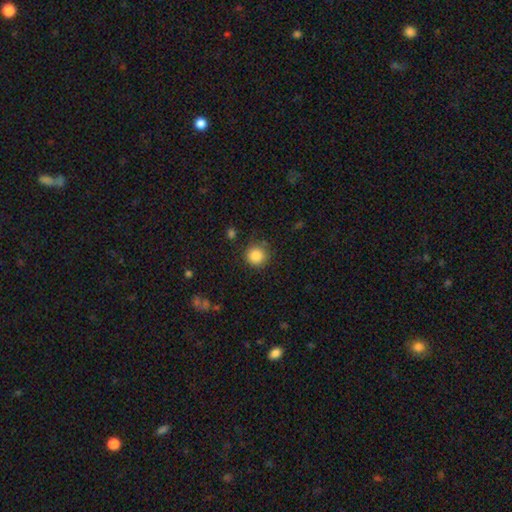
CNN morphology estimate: A smooth galaxy with no disk features (86%) that is round (94%).

Vote fractions:
- Smooth or featured? smooth: 86% / star or artifact: 10% / featured or disk: 4%
- How rounded? round: 94% / in between: 5% / cigar-shaped: 1%
- Merging? none: 86% / minor disturbance: 9% / major disturbance: 3% / merger: 2%